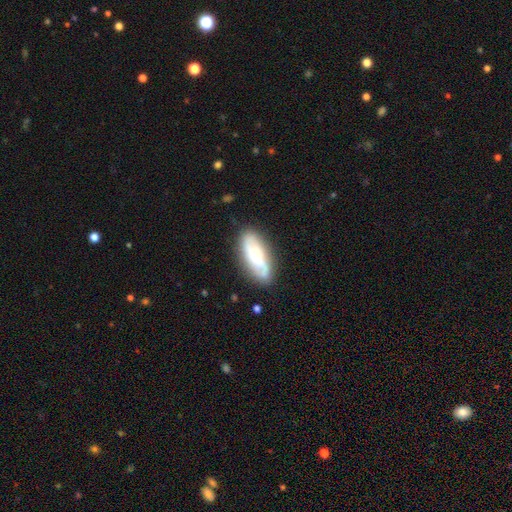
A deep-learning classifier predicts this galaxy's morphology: Smooth or featured? featured or disk (49%)
Merging? none (75%)